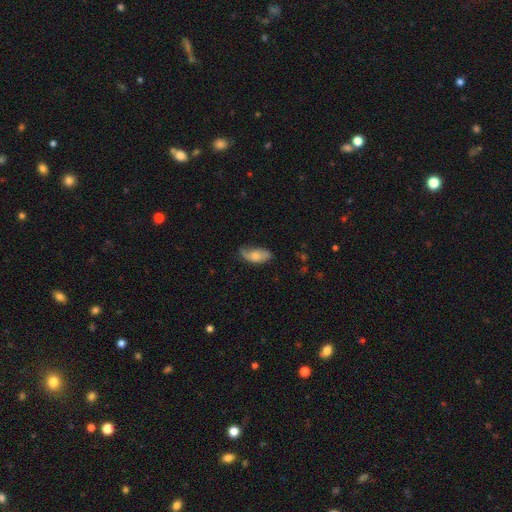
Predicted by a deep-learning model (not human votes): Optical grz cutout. It shows a smooth galaxy with no disk features (55%) that is in between round and cigar-shaped (88%). Merging: none (44%).